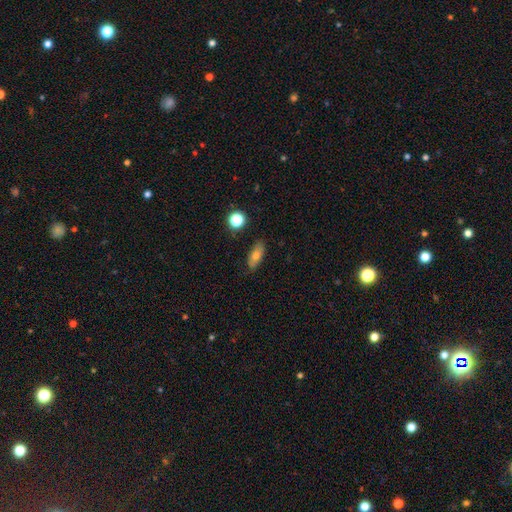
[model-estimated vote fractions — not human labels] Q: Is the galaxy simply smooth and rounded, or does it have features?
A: smooth — 71%.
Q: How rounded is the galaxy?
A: in between — 74%.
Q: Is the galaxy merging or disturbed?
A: none — 85%.